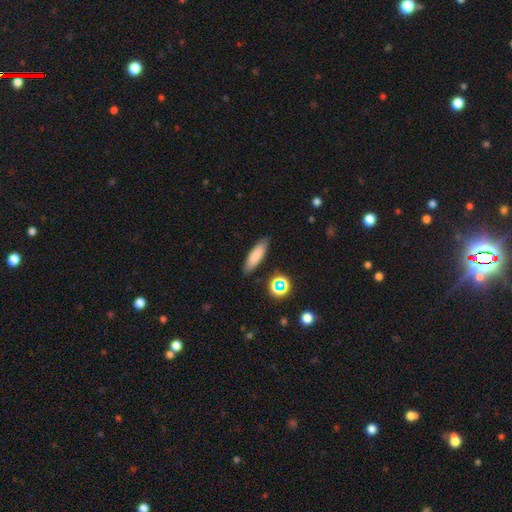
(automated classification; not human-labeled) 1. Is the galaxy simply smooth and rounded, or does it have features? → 79% smooth, 12% featured or disk, 9% star or artifact.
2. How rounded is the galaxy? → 57% cigar-shaped, 41% in between, 2% round.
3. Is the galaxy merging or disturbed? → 86% none, 10% minor disturbance, 2% major disturbance, 2% merger.